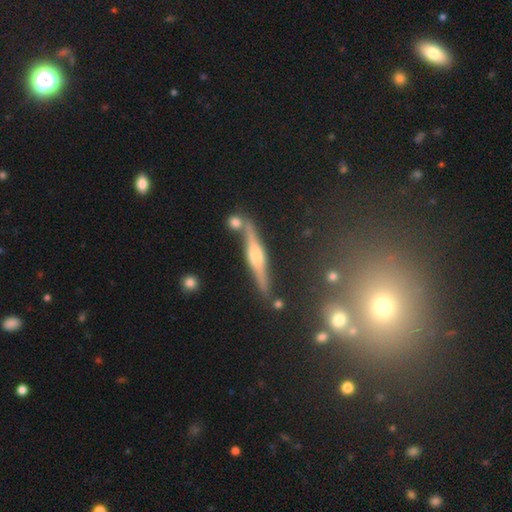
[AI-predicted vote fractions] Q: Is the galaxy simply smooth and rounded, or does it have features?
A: featured or disk — 74%.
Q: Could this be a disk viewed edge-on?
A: yes — 96%.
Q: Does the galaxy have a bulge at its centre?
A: rounded — 71%.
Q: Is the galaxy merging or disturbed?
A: none — 75%.